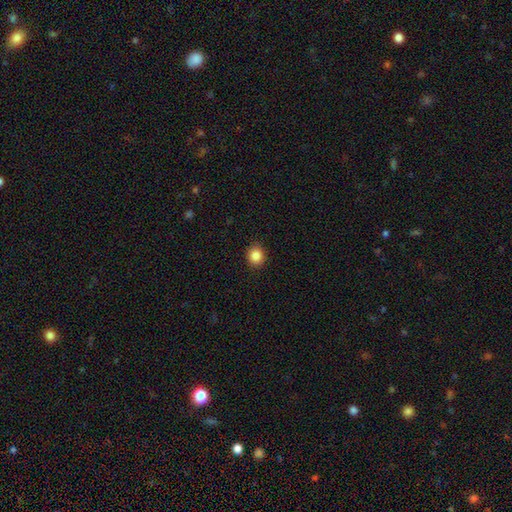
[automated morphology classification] Q: Smooth or featured?
A: smooth (86%); runner-up: star or artifact (10%)
Q: How rounded?
A: round (80%); runner-up: in between (19%)
Q: Merging?
A: none (90%); runner-up: minor disturbance (7%)